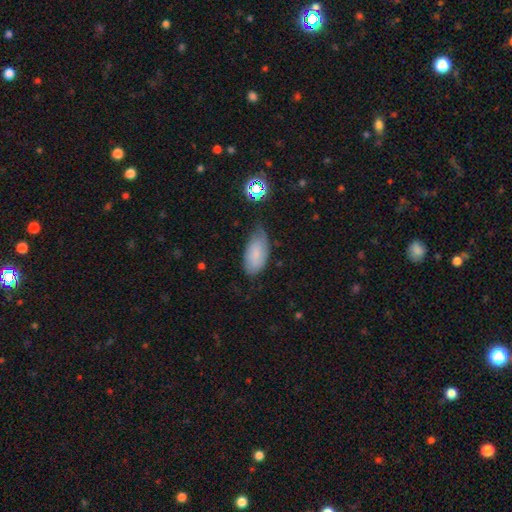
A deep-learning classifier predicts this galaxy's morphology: Smooth or featured? smooth (70%)
How rounded? in between (92%)
Merging? none (47%)